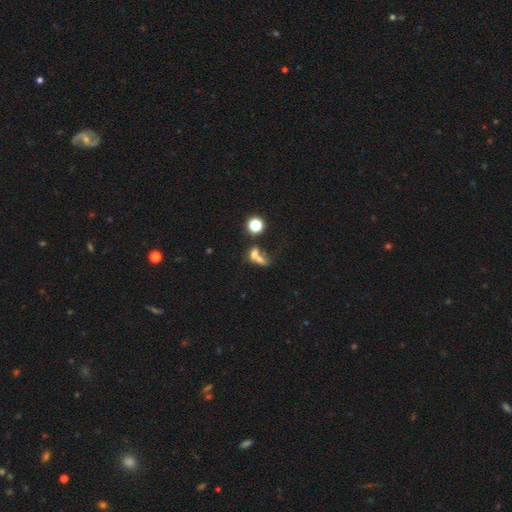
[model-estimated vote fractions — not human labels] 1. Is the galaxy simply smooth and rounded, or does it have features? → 58% smooth, 23% featured or disk, 20% star or artifact.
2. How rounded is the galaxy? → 54% in between, 38% round, 8% cigar-shaped.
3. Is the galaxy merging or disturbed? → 60% merger, 22% none, 11% major disturbance, 8% minor disturbance.